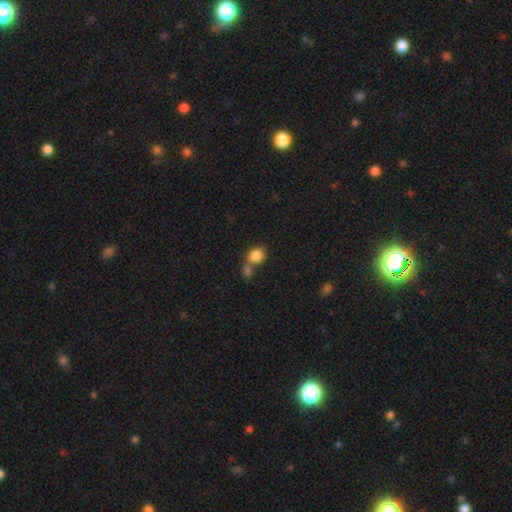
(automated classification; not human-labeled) Smooth or featured?
  - smooth: 85% *
  - star or artifact: 9%
  - featured or disk: 6%
How rounded?
  - round: 57% *
  - in between: 42%
  - cigar-shaped: 1%
Merging?
  - merger: 44% *
  - none: 42%
  - minor disturbance: 10%
  - major disturbance: 5%